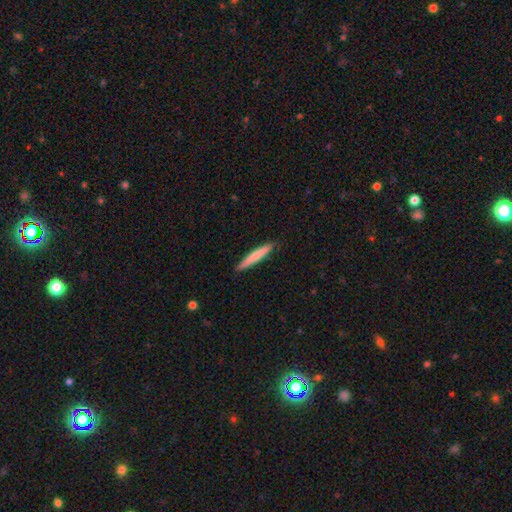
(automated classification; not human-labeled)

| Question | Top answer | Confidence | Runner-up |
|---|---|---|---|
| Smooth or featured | smooth | 72% | featured or disk (23%) |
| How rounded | cigar-shaped | 95% | in between (4%) |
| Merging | none | 89% | minor disturbance (8%) |